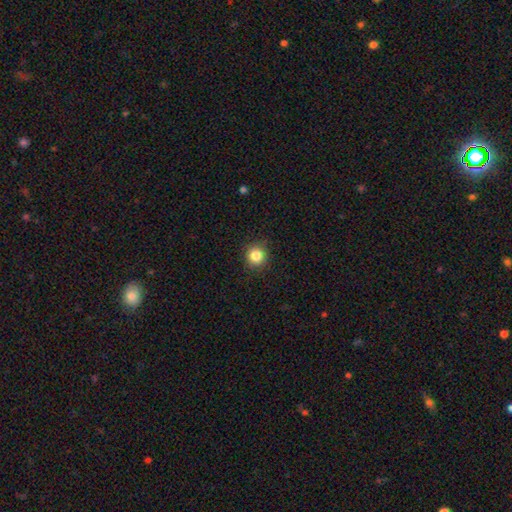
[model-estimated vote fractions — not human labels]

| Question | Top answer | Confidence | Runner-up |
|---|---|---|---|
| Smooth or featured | smooth | 84% | star or artifact (11%) |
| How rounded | round | 92% | in between (7%) |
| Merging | none | 89% | minor disturbance (8%) |